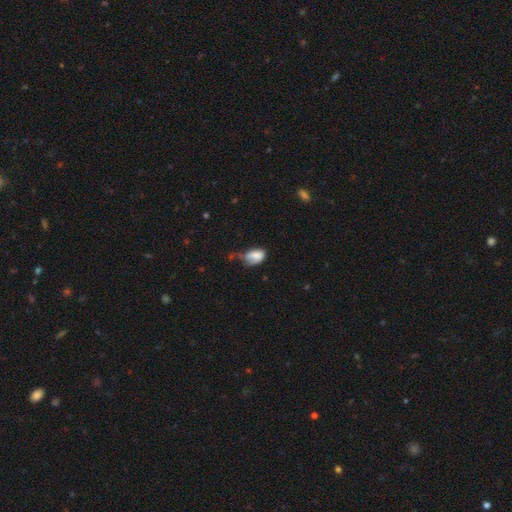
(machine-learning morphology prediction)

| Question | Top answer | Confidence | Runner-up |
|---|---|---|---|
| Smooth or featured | smooth | 74% | featured or disk (16%) |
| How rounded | in between | 88% | round (10%) |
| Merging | minor disturbance | 39% | none (28%) |